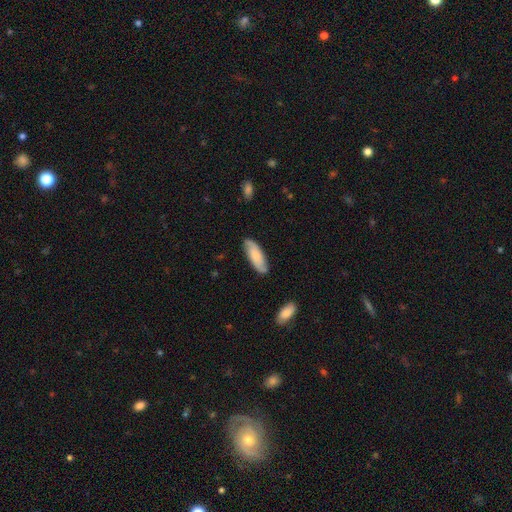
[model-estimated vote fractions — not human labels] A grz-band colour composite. It shows a smooth galaxy with no disk features (56%) that is in between round and cigar-shaped (66%). Merging: none (83%).